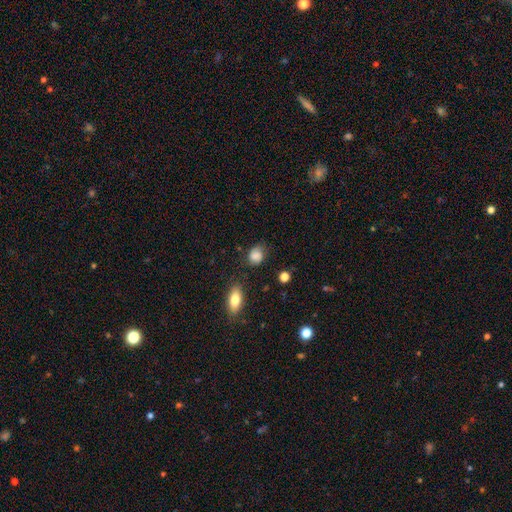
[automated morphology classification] smooth 79%, featured or disk 11%, star or artifact 10%. Down the decision tree: how rounded — round (53%); merging — none (64%).